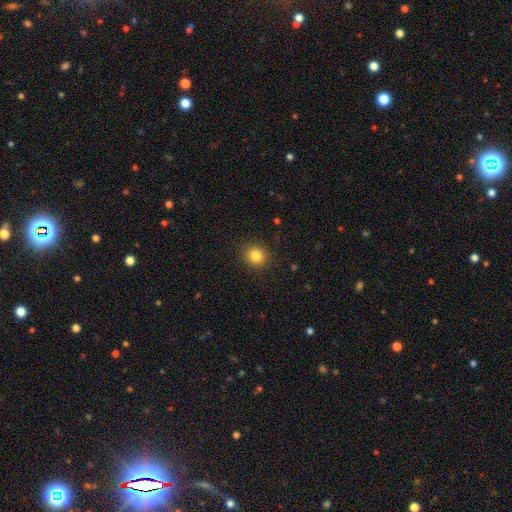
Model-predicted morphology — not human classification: A smooth galaxy with no disk features (83%) that is round (86%). Merging: none (90%).